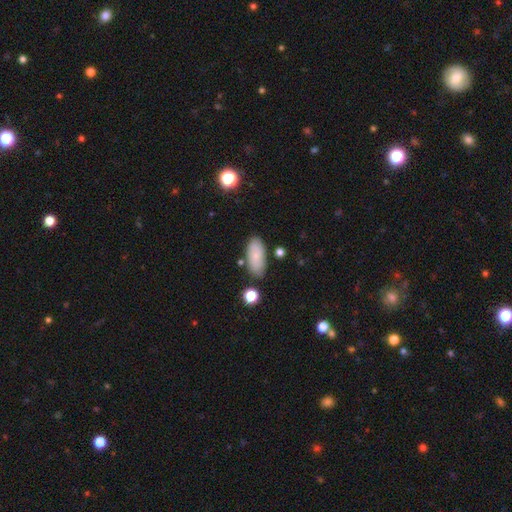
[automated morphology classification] This appears to be a smooth galaxy with no disk features (79%) that is in between round and cigar-shaped (89%). Merging: none (79%).